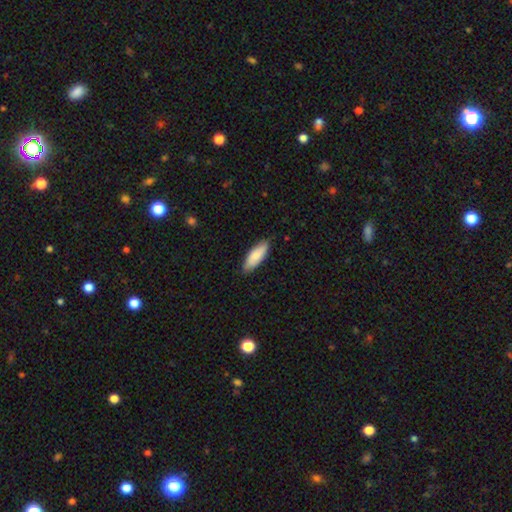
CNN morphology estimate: smooth-or-featured: smooth: 83% | featured or disk: 12% | star or artifact: 5%
  how-rounded: in between: 67% | cigar-shaped: 32% | round: 2%
  merging: none: 82% | minor disturbance: 15% | major disturbance: 2% | merger: 1%